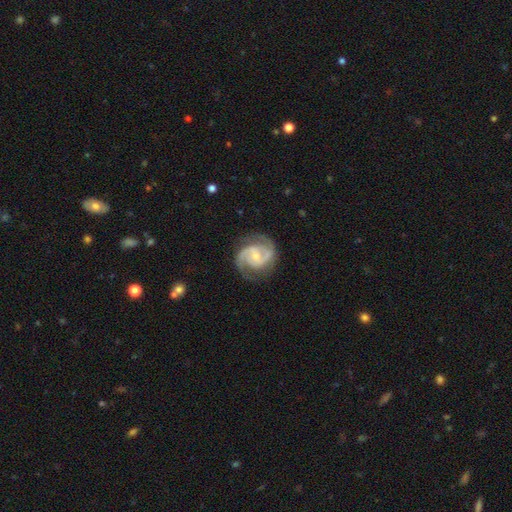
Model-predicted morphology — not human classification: Q: Smooth or featured?
A: featured or disk (90%); runner-up: smooth (6%)
Q: Edge-on disk?
A: no (98%); runner-up: yes (2%)
Q: Bar?
A: no (45%); runner-up: weak (43%)
Q: Spiral arms?
A: yes (98%); runner-up: no (2%)
Q: Spiral winding?
A: medium (55%); runner-up: tight (32%)
Q: Spiral arm count?
A: 2 (88%); runner-up: 3 (5%)
Q: Bulge size?
A: small (58%); runner-up: moderate (36%)
Q: Merging?
A: none (78%); runner-up: minor disturbance (15%)